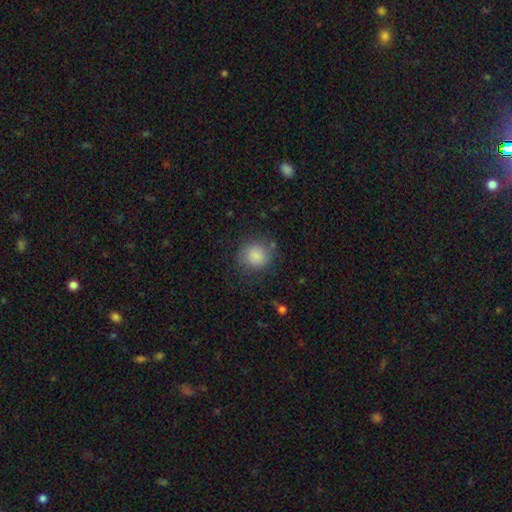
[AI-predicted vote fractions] Smooth or featured?
  - smooth: 83% *
  - featured or disk: 10%
  - star or artifact: 8%
How rounded?
  - round: 81% *
  - in between: 18%
  - cigar-shaped: 1%
Merging?
  - none: 70% *
  - minor disturbance: 19%
  - major disturbance: 9%
  - merger: 2%